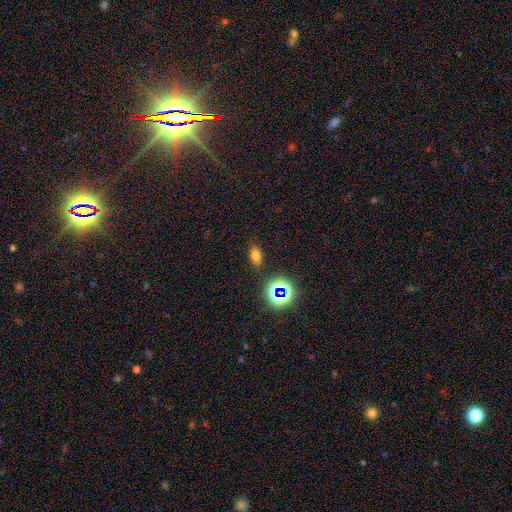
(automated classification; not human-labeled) A smooth galaxy with no disk features (68%) that is in between round and cigar-shaped (82%). Merging: none (83%).